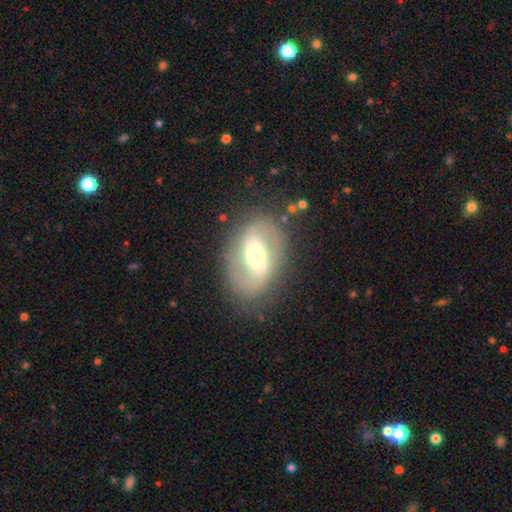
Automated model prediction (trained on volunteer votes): featured or disk 76%, smooth 17%, star or artifact 6%. Down the decision tree: edge-on disk — no (96%); bar — strong (43%); spiral arms — yes (83%); spiral arm count — 2 (88%); spiral winding — medium (44%); bulge size — moderate (60%); merging — none (82%).